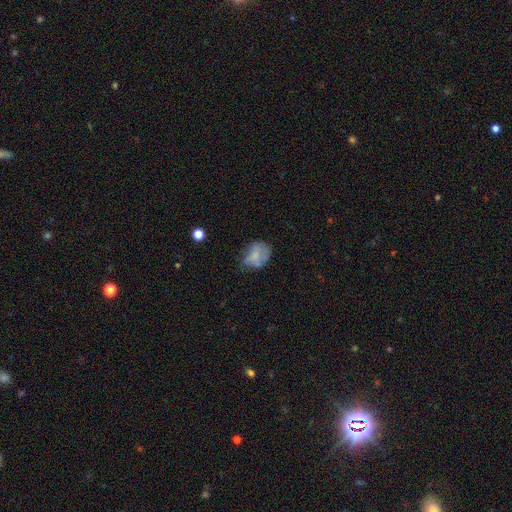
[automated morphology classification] Smooth or featured?
  - smooth: 65% *
  - featured or disk: 24%
  - star or artifact: 10%
How rounded?
  - in between: 62% *
  - round: 37%
  - cigar-shaped: 1%
Merging?
  - none: 41% *
  - minor disturbance: 35%
  - major disturbance: 21%
  - merger: 3%